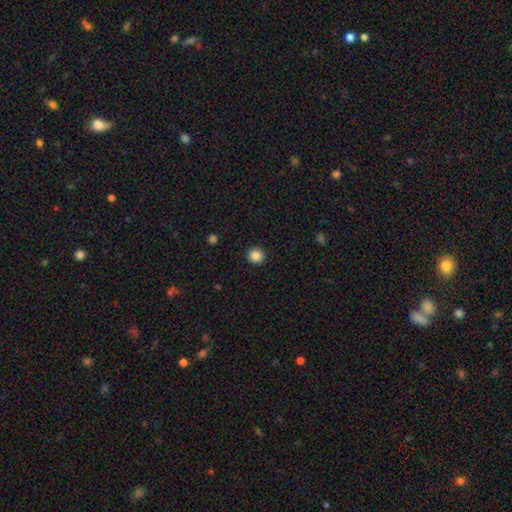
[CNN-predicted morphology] smooth 86%, star or artifact 10%, featured or disk 4%. Down the decision tree: how rounded — round (91%); merging — none (93%).